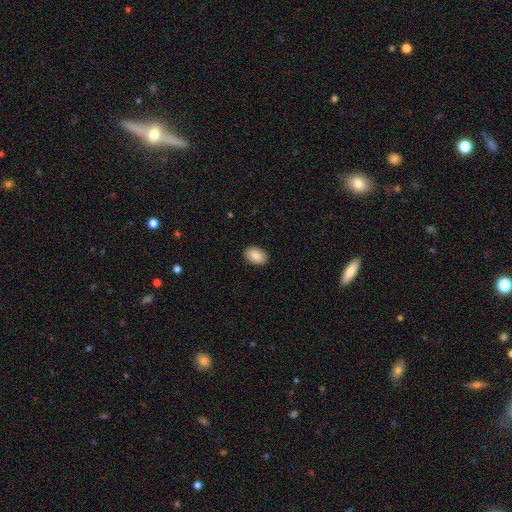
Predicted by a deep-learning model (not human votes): smooth_or_featured: smooth (p=0.88) [alt: star or artifact p=0.07]
how_rounded: in between (p=0.88) [alt: round p=0.11]
merging: none (p=0.90) [alt: minor disturbance p=0.07]